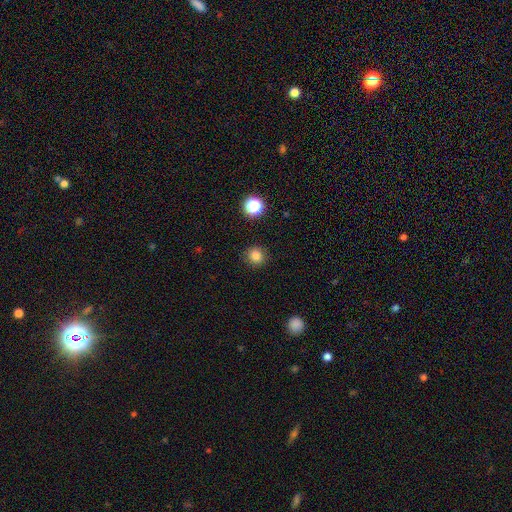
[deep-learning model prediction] Morphology: type=smooth (82%); roundness=round (92%); merging=none (90%).